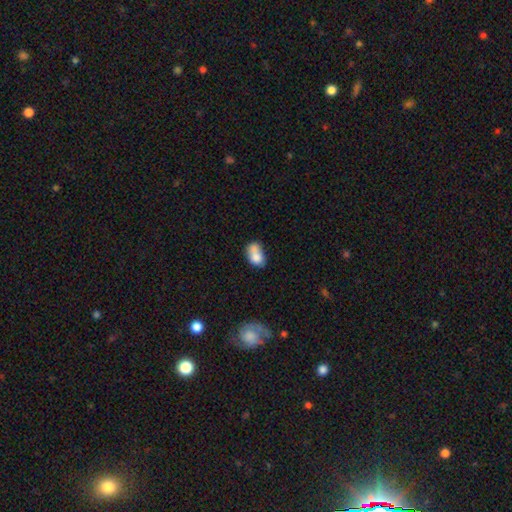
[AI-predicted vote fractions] smooth-or-featured: smooth: 73% | featured or disk: 18% | star or artifact: 9%
  how-rounded: in between: 78% | round: 21% | cigar-shaped: 2%
  merging: merger: 45% | none: 27% | minor disturbance: 19% | major disturbance: 10%